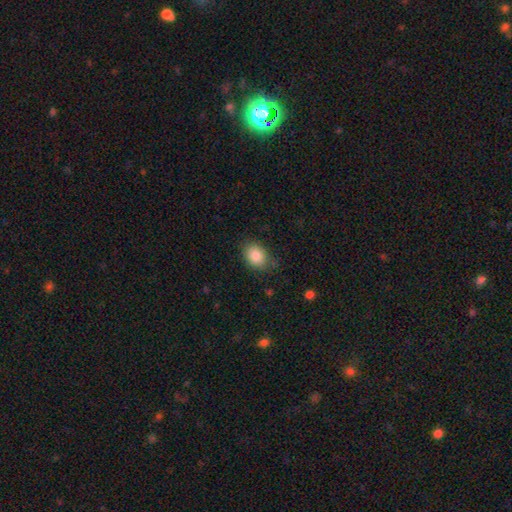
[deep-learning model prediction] Smooth or featured?
  - smooth: 86% *
  - star or artifact: 8%
  - featured or disk: 5%
How rounded?
  - in between: 66% *
  - round: 33%
  - cigar-shaped: 1%
Merging?
  - none: 79% *
  - minor disturbance: 16%
  - major disturbance: 4%
  - merger: 1%